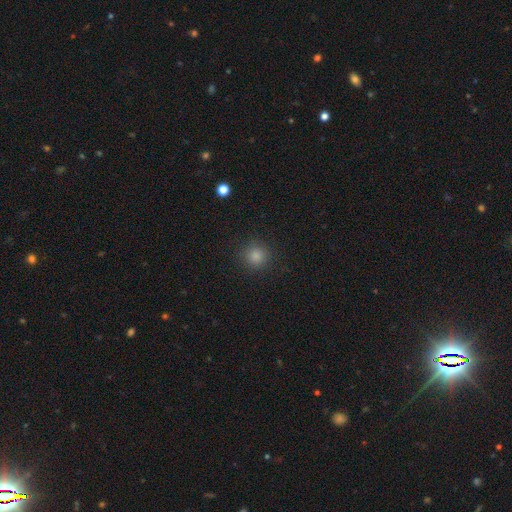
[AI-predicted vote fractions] Morphology: type=smooth (80%); roundness=round (95%); merging=none (91%).